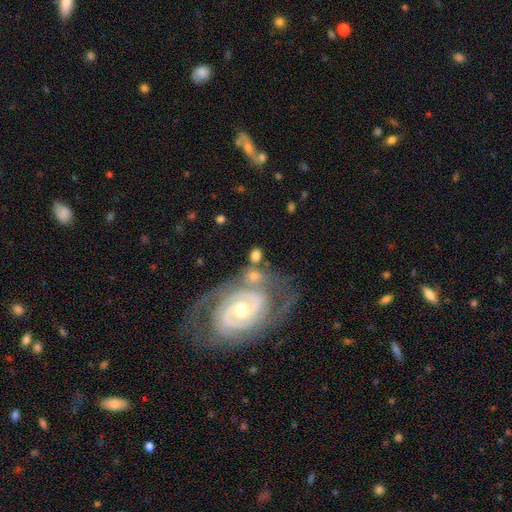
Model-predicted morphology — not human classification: Q: Smooth or featured?
A: featured or disk (54%); runner-up: smooth (37%)
Q: Edge-on disk?
A: no (95%); runner-up: yes (5%)
Q: Bar?
A: no (61%); runner-up: weak (27%)
Q: Spiral arms?
A: yes (83%); runner-up: no (17%)
Q: Bulge size?
A: moderate (61%); runner-up: small (26%)
Q: Merging?
A: none (53%); runner-up: merger (22%)